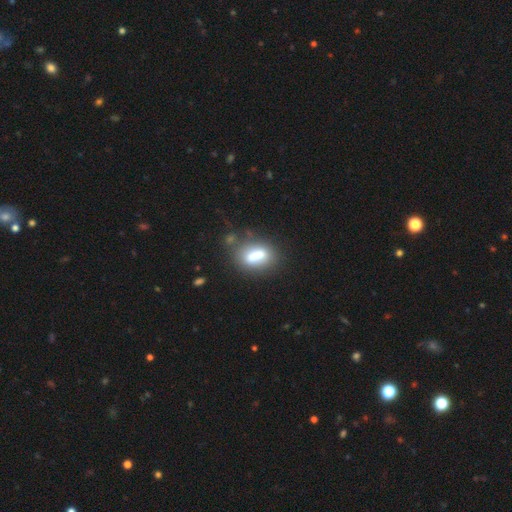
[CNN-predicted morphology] Smooth or featured? smooth (67%)
How rounded? in between (62%)
Merging? none (66%)